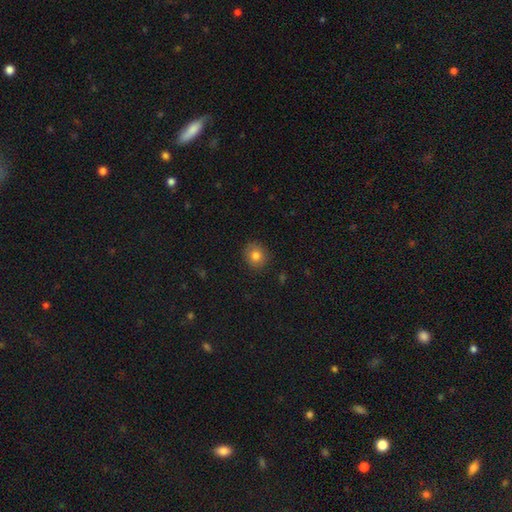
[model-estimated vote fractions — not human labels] Smooth or featured?
  - smooth: 81% *
  - star or artifact: 11%
  - featured or disk: 9%
How rounded?
  - round: 80% *
  - in between: 19%
  - cigar-shaped: 1%
Merging?
  - none: 89% *
  - minor disturbance: 8%
  - major disturbance: 2%
  - merger: 1%